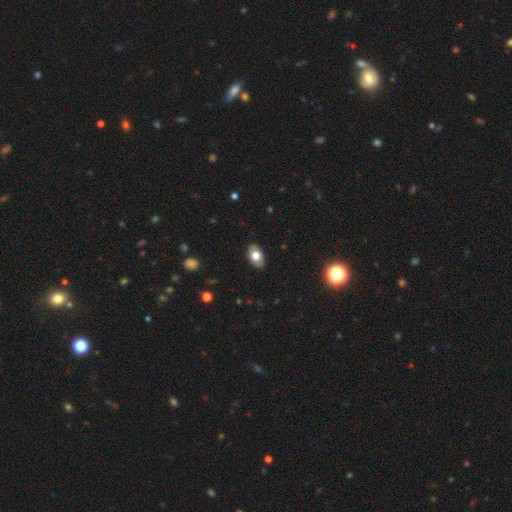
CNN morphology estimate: type=smooth (73%); roundness=in between (88%); merging=none (86%).